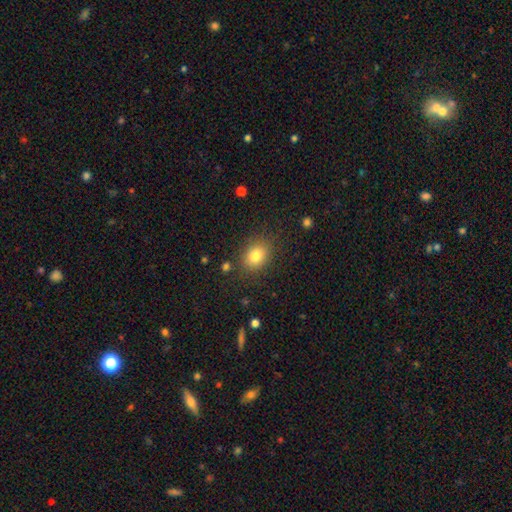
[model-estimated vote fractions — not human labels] Smooth or featured? Predicted: smooth (p=0.81). How rounded? Predicted: in between (p=0.57). Merging? Predicted: none (p=0.83).